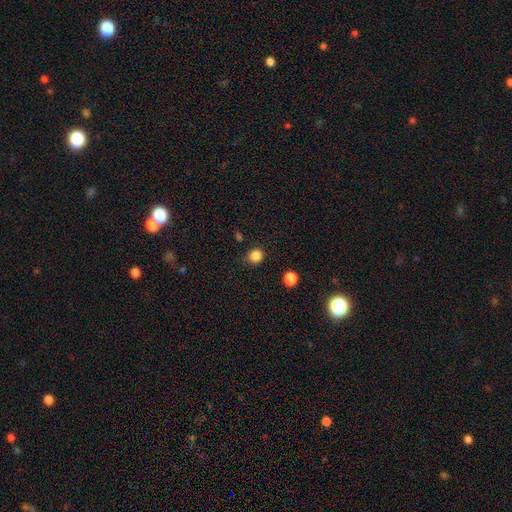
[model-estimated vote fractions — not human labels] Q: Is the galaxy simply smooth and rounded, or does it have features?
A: smooth — 84%.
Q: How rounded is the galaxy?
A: round — 87%.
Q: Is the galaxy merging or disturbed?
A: none — 87%.